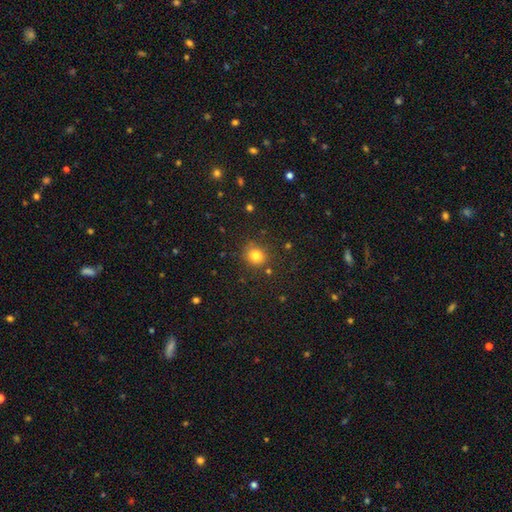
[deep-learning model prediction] smooth-or-featured: smooth: 80% | star or artifact: 13% | featured or disk: 6%
  how-rounded: round: 80% | in between: 19% | cigar-shaped: 1%
  merging: none: 84% | minor disturbance: 10% | major disturbance: 3% | merger: 3%